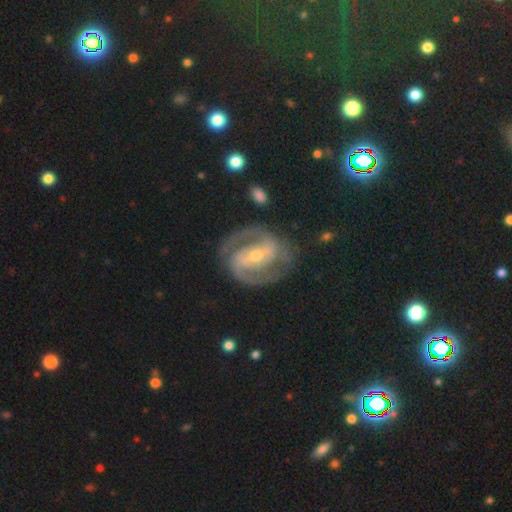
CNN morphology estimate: Smooth or featured? Predicted: featured or disk (p=0.91). Edge-on disk? Predicted: no (p=0.97). Bar? Predicted: strong (p=0.50). Spiral arms? Predicted: yes (p=0.97). Spiral winding? Predicted: medium (p=0.49). Spiral arm count? Predicted: 2 (p=0.90). Bulge size? Predicted: moderate (p=0.53). Merging? Predicted: none (p=0.79).